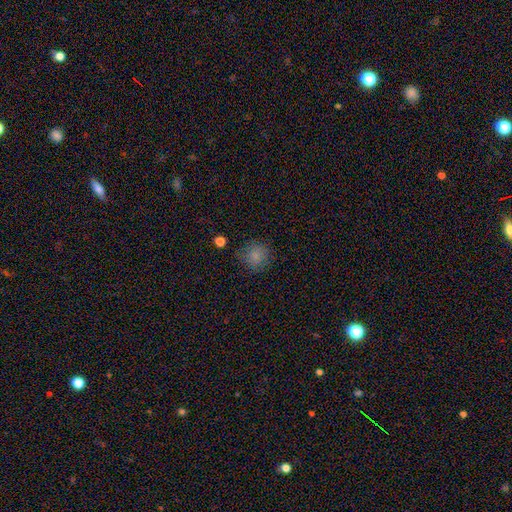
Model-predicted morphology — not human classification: smooth_or_featured: smooth (p=0.82) [alt: star or artifact p=0.12]
how_rounded: round (p=0.90) [alt: in between p=0.09]
merging: none (p=0.81) [alt: minor disturbance p=0.13]